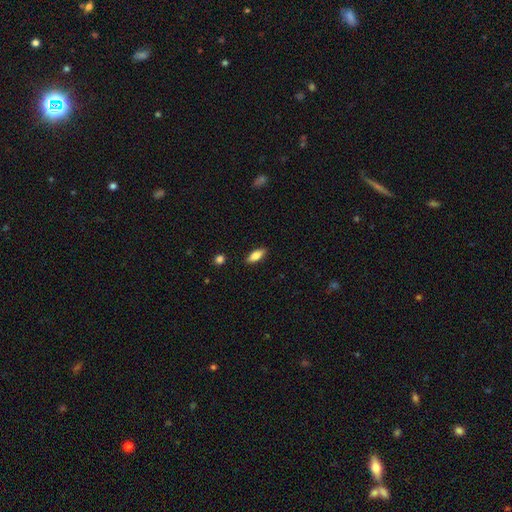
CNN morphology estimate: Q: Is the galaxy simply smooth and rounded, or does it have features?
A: smooth — 70%.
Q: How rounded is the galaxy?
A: in between — 73%.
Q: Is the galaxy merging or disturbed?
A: none — 88%.